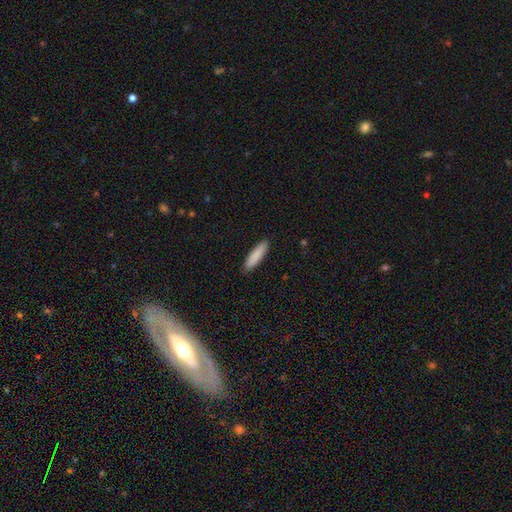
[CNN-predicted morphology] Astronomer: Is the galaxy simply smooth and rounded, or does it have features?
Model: smooth — 87%.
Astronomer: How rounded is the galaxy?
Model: cigar-shaped — 74%.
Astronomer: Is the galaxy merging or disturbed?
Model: none — 90%.